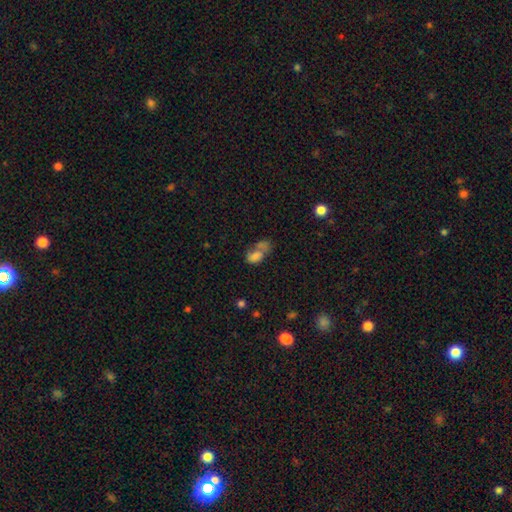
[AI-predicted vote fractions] smooth 69%, featured or disk 17%, star or artifact 13%. Down the decision tree: how rounded — in between (81%); merging — merger (58%).